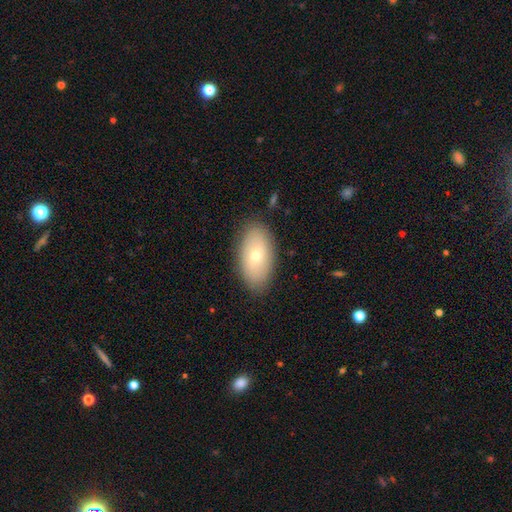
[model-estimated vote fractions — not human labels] Morphology: type=smooth (68%); roundness=in between (93%); merging=none (87%).